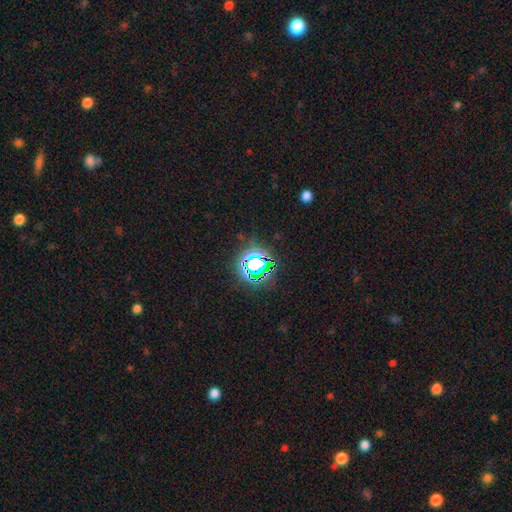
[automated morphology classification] The model was most divided on "smooth or featured": star or artifact: 78%, smooth: 14%, featured or disk: 8%.